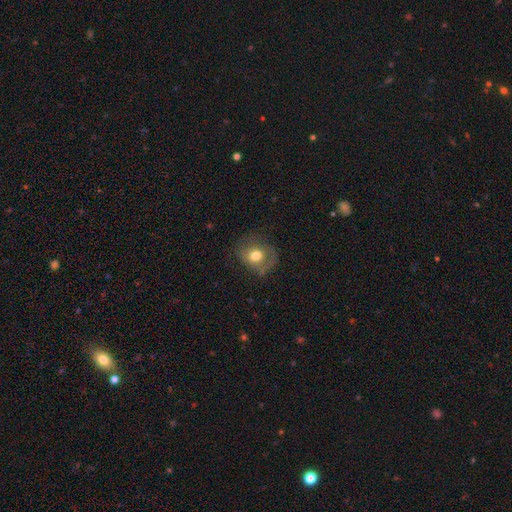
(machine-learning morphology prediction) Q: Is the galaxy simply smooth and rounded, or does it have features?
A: smooth — 62%.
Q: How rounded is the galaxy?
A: round — 64%.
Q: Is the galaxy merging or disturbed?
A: none — 60%.